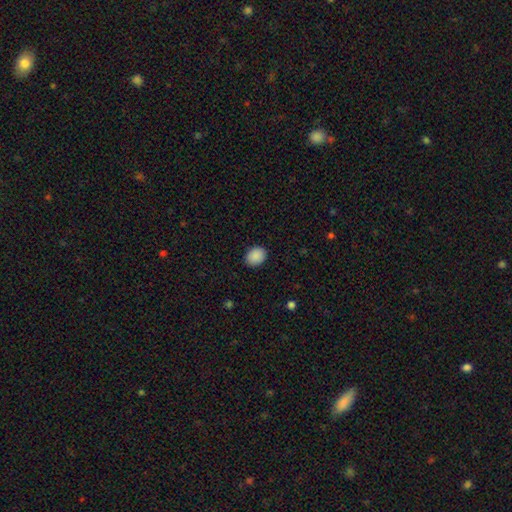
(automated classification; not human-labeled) The model was most divided on "how rounded": in between: 50%, round: 49%, cigar-shaped: 1%. More confident: smooth or featured — smooth (90%); merging — none (89%).